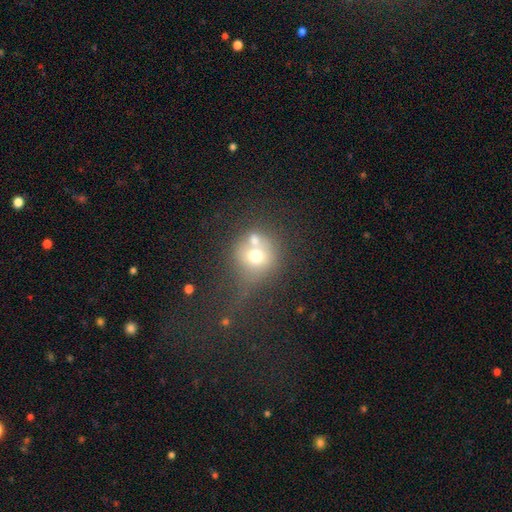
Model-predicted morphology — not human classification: Smooth or featured? smooth (63%)
How rounded? round (83%)
Merging? merger (42%)